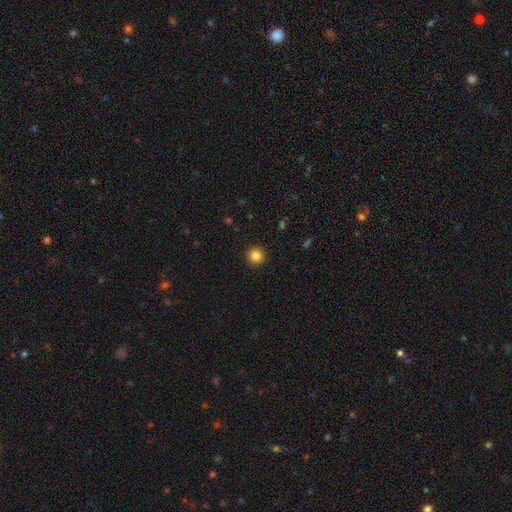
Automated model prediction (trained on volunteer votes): smooth 85%, star or artifact 11%, featured or disk 4%. Down the decision tree: how rounded — round (94%); merging — none (93%).